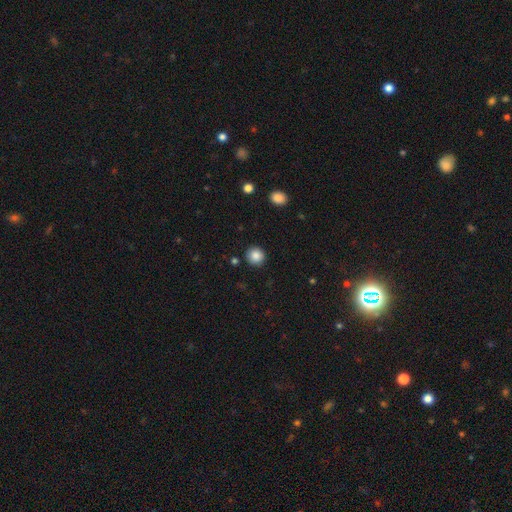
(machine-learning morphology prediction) This is clearly a smooth galaxy (87%). How rounded: clearly round (92%). Merging: clearly none (91%).